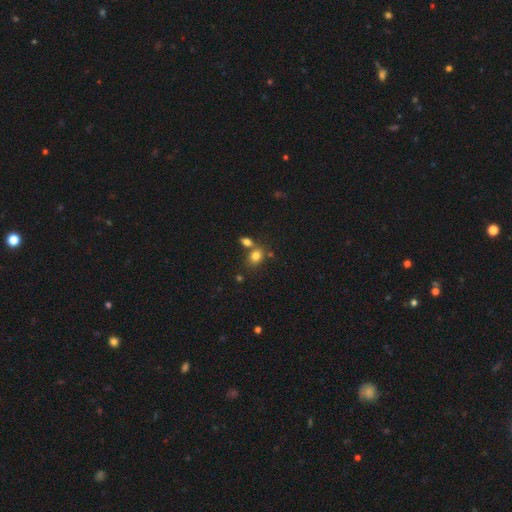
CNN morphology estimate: This is likely a smooth galaxy (79%). How rounded: likely in between (62%). Merging: possibly none (53%).